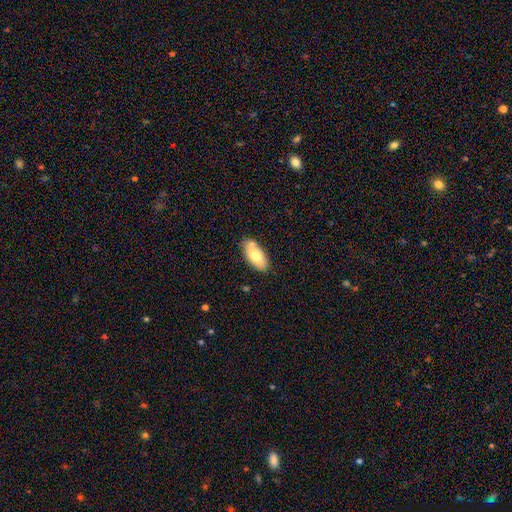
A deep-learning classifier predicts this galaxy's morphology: This appears to be a smooth galaxy with no disk features (70%) that is in between round and cigar-shaped (91%). Merging: none (69%).